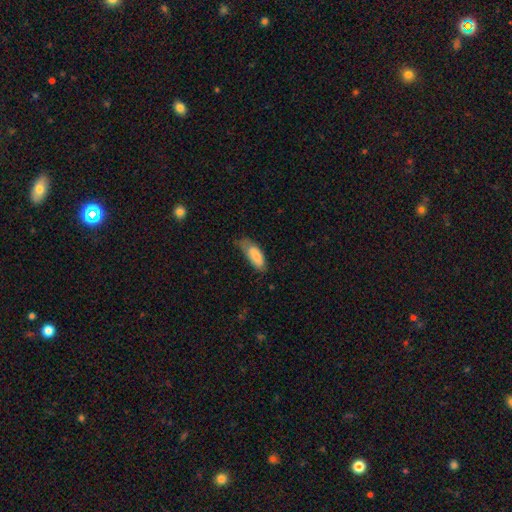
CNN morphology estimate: Smooth or featured? Predicted: smooth (p=0.82). How rounded? Predicted: in between (p=0.78). Merging? Predicted: none (p=0.47).